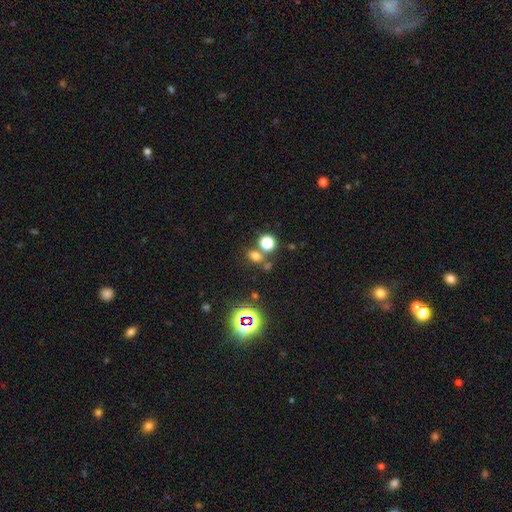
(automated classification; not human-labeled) The model was most divided on "how rounded": round: 50%, in between: 48%, cigar-shaped: 2%. More confident: smooth or featured — smooth (65%); merging — none (64%).